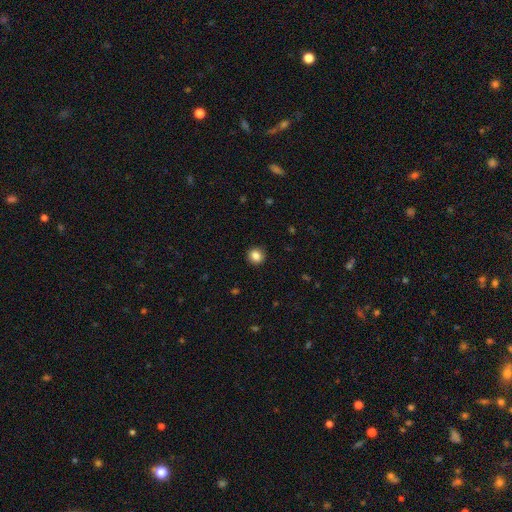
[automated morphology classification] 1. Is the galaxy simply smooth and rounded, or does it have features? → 86% smooth, 10% star or artifact, 5% featured or disk.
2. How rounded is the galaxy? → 88% round, 11% in between, 1% cigar-shaped.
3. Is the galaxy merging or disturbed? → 91% none, 6% minor disturbance, 2% major disturbance, 1% merger.